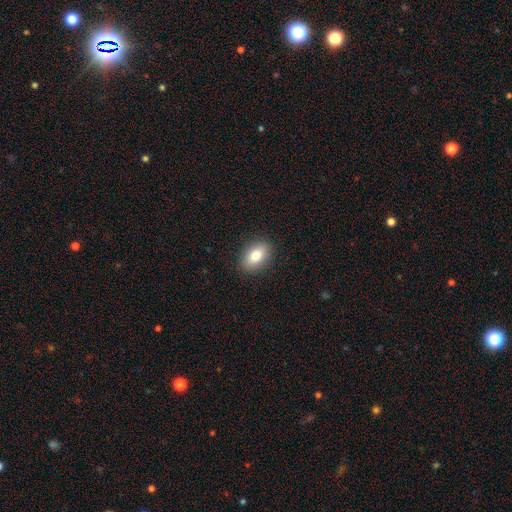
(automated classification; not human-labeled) This appears to be a smooth galaxy with no disk features (81%) that is in between round and cigar-shaped (86%). Merging: none (89%).